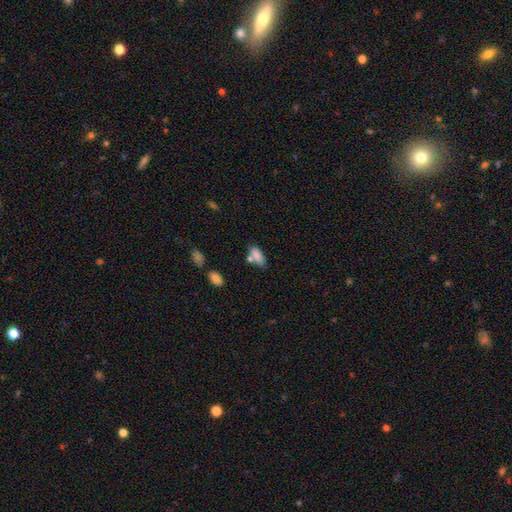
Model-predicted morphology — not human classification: smooth-or-featured: smooth: 82% | featured or disk: 10% | star or artifact: 9%
  how-rounded: in between: 81% | cigar-shaped: 17% | round: 3%
  merging: none: 57% | merger: 21% | minor disturbance: 18% | major disturbance: 5%